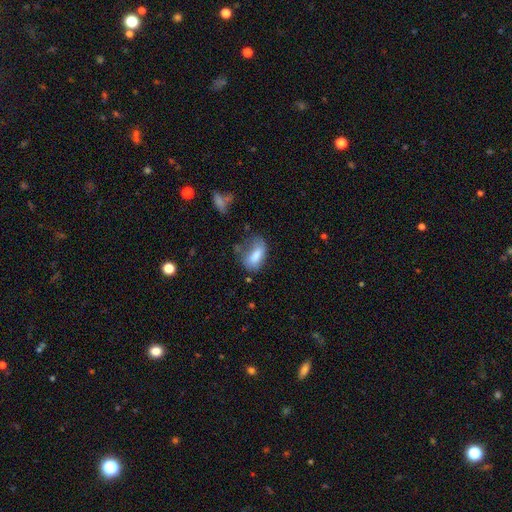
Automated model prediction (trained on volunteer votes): Q: Smooth or featured?
A: smooth (74%); runner-up: featured or disk (18%)
Q: How rounded?
A: in between (89%); runner-up: round (6%)
Q: Merging?
A: none (35%); runner-up: minor disturbance (33%)